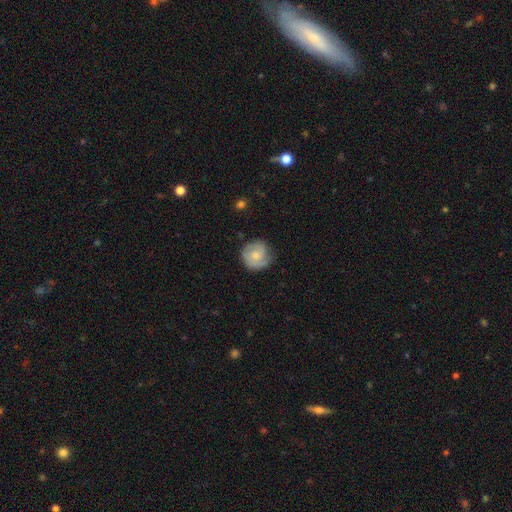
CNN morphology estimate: smooth-or-featured: featured or disk: 57% | smooth: 37% | star or artifact: 6%
  disk-edge-on: no: 98% | yes: 2%
    bar: no: 74% | weak: 23% | strong: 3%
    has-spiral-arms: yes: 89% | no: 11%
    bulge-size: small: 48% | moderate: 42% | none: 6% | large: 3% | dominant: 1%
  merging: none: 73% | minor disturbance: 20% | major disturbance: 6% | merger: 1%